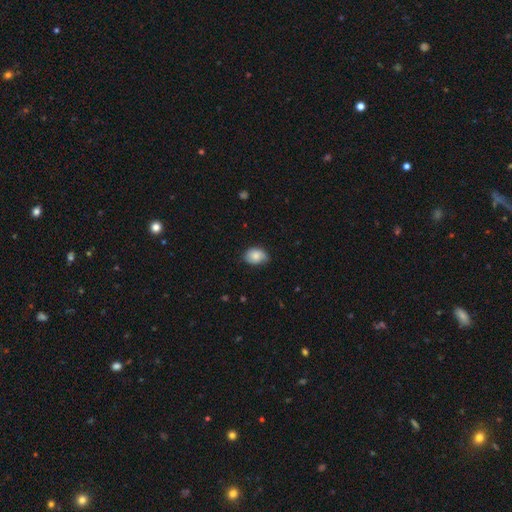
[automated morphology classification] Smooth or featured: smooth — 83% (featured or disk — 10%)
How rounded: in between — 74% (round — 25%)
Merging: none — 70% (minor disturbance — 25%)